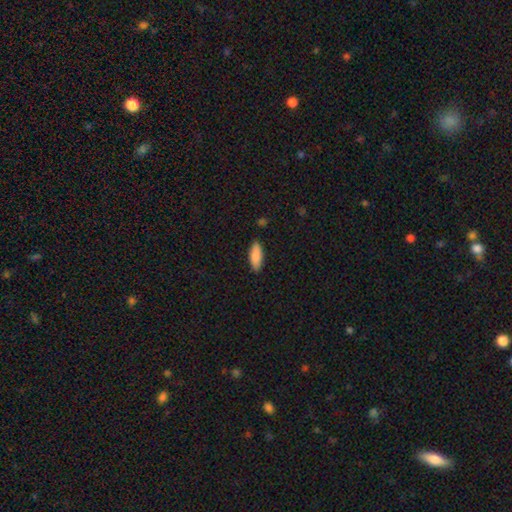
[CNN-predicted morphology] Smooth or featured?
  - smooth: 87% *
  - featured or disk: 7%
  - star or artifact: 6%
How rounded?
  - in between: 68% *
  - cigar-shaped: 31%
  - round: 2%
Merging?
  - none: 87% *
  - minor disturbance: 10%
  - major disturbance: 2%
  - merger: 2%